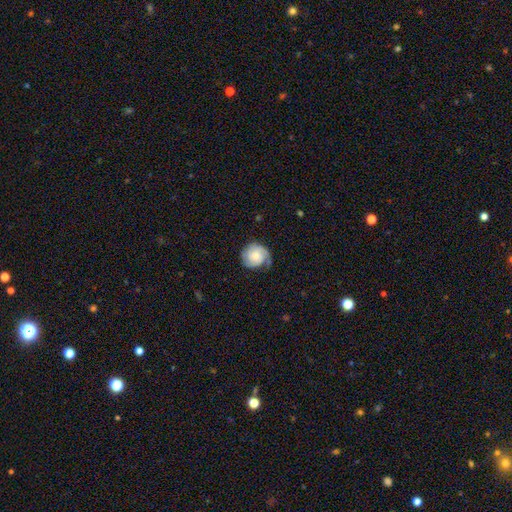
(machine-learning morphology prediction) featured or disk 59%, smooth 34%, star or artifact 7%. Down the decision tree: edge-on disk — no (98%); bar — no (75%); spiral arms — yes (93%); spiral arm count — 3 (33%); spiral winding — tight (56%); bulge size — small (45%); merging — none (66%).